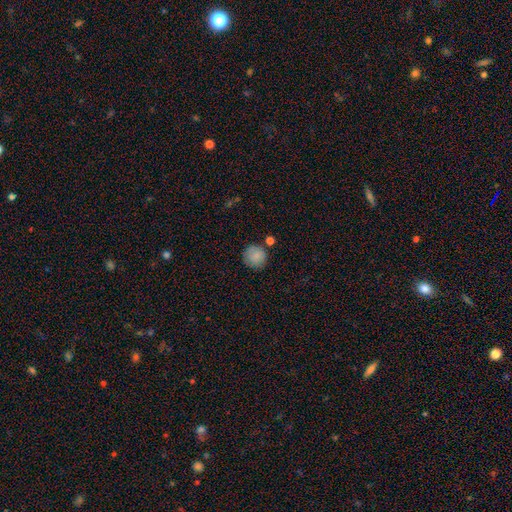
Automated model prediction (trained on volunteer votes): smooth 87%, star or artifact 8%, featured or disk 5%. Down the decision tree: how rounded — round (93%); merging — none (77%).